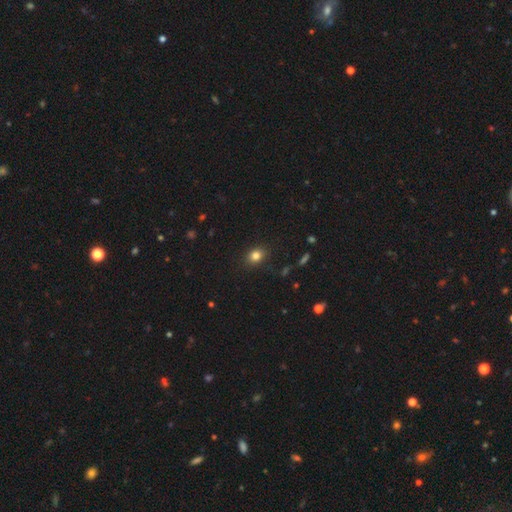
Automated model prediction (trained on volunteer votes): Smooth or featured: smooth — 82% (star or artifact — 12%)
How rounded: round — 52% (in between — 47%)
Merging: none — 86% (minor disturbance — 10%)